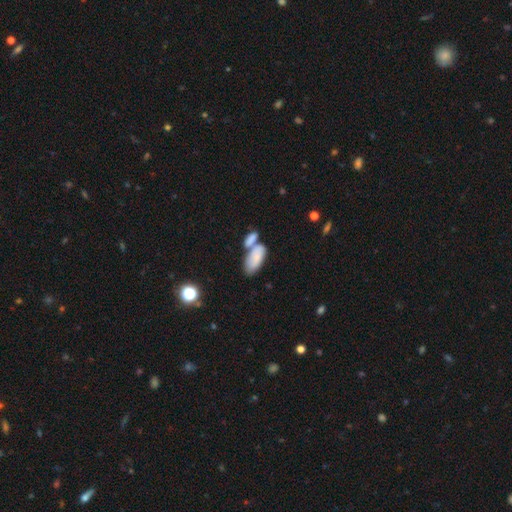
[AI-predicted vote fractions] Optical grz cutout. It shows a smooth galaxy with no disk features (77%) that is in between round and cigar-shaped (88%). Merging: merger (49%).